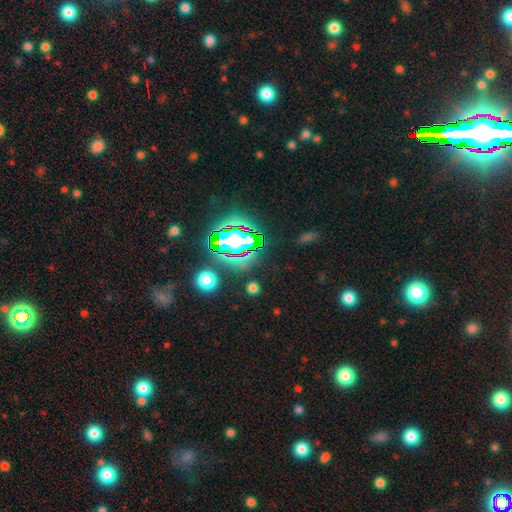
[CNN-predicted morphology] This is likely a star or artifact rather than a galaxy (70%).